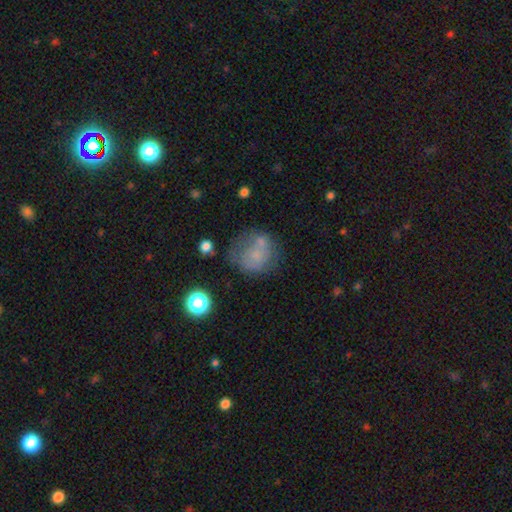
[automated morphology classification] Q: Smooth or featured?
A: smooth (59%); runner-up: featured or disk (28%)
Q: How rounded?
A: round (76%); runner-up: in between (23%)
Q: Merging?
A: none (44%); runner-up: minor disturbance (22%)